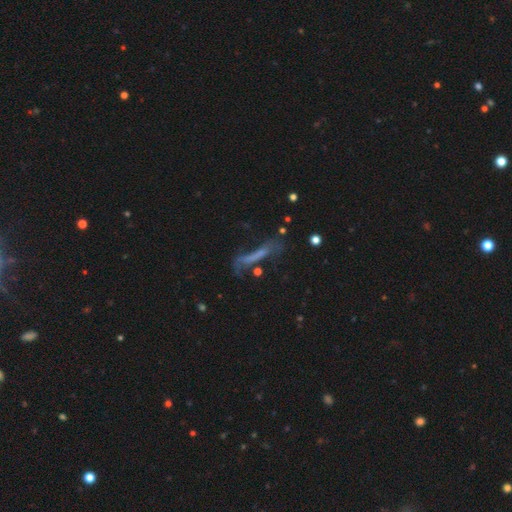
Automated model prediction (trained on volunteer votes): This appears to be a featured or disk galaxy (43%). Merging: none (39%).